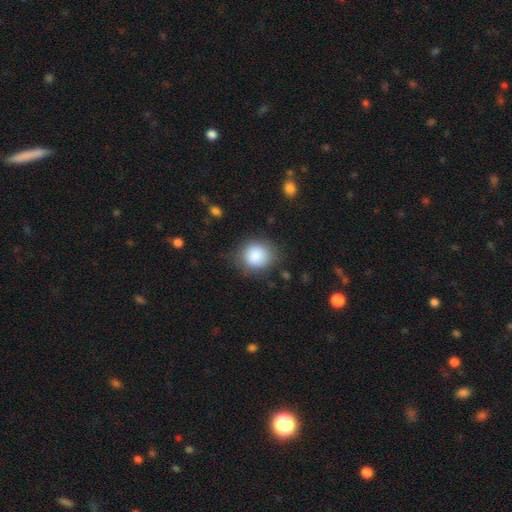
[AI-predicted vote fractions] This is clearly a smooth galaxy (86%). How rounded: clearly round (80%). Merging: likely none (77%).